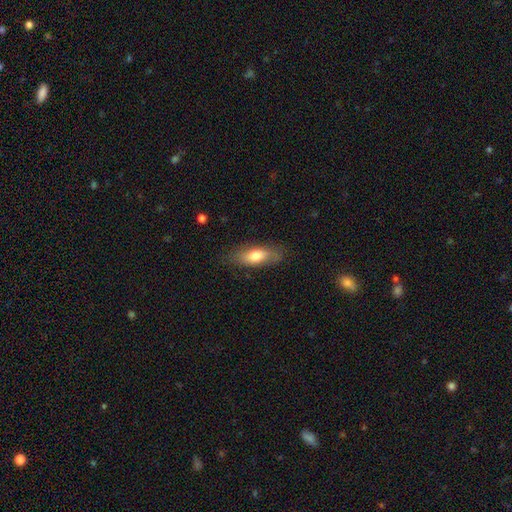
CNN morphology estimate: Smooth or featured? smooth (72%)
How rounded? in between (71%)
Merging? none (78%)